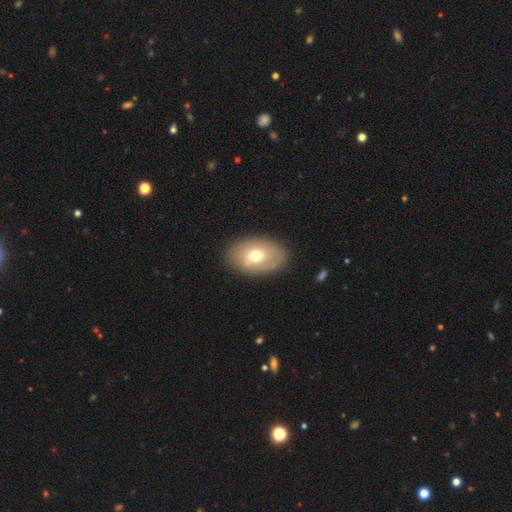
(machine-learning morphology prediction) Smooth or featured?
  - smooth: 66% *
  - featured or disk: 26%
  - star or artifact: 8%
How rounded?
  - in between: 85% *
  - round: 14%
  - cigar-shaped: 1%
Merging?
  - none: 85% *
  - minor disturbance: 11%
  - major disturbance: 3%
  - merger: 1%